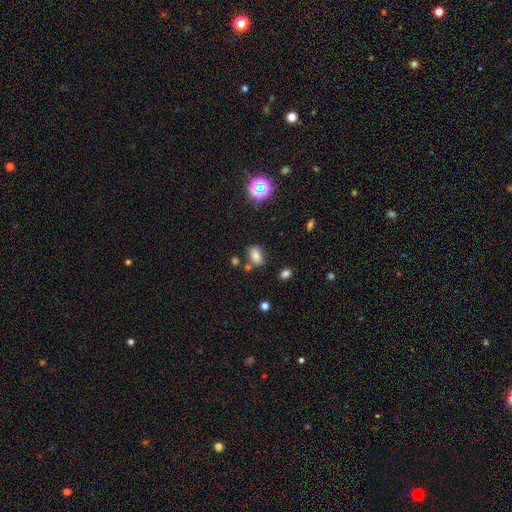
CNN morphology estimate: smooth_or_featured: smooth (p=0.71) [alt: star or artifact p=0.17]
how_rounded: in between (p=0.81) [alt: round p=0.16]
merging: none (p=0.71) [alt: minor disturbance p=0.14]